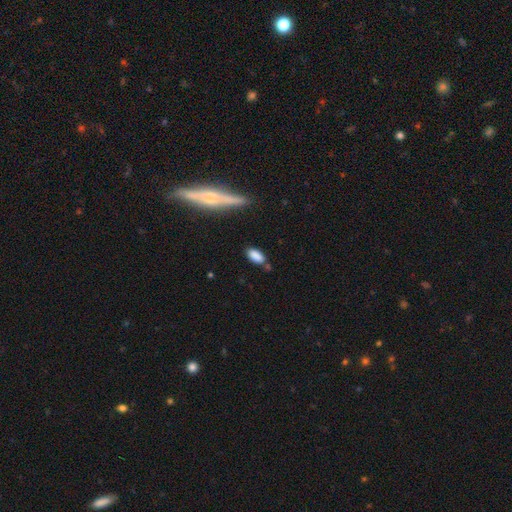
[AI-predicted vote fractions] Q: Smooth or featured?
A: smooth (85%); runner-up: star or artifact (8%)
Q: How rounded?
A: in between (87%); runner-up: cigar-shaped (10%)
Q: Merging?
A: none (73%); runner-up: minor disturbance (17%)